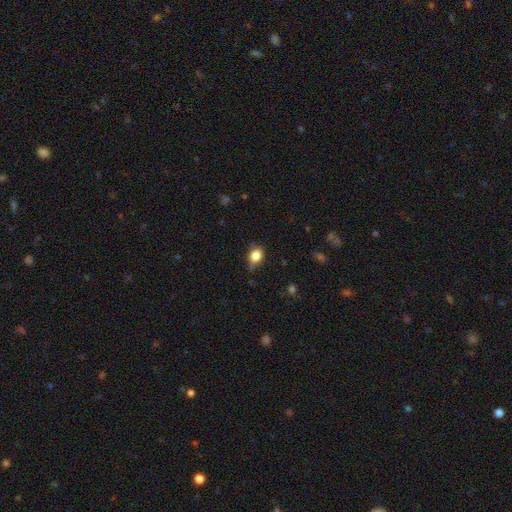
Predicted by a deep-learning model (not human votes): This appears to be a smooth galaxy with no disk features (81%) that is round (50%). Merging: none (61%).